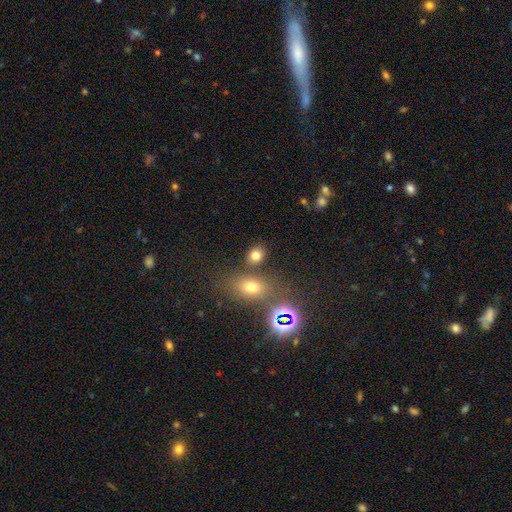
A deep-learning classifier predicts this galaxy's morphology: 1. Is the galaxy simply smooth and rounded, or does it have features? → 73% smooth, 18% star or artifact, 8% featured or disk.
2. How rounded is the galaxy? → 52% in between, 46% round, 1% cigar-shaped.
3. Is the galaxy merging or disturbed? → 73% none, 13% merger, 10% minor disturbance, 4% major disturbance.